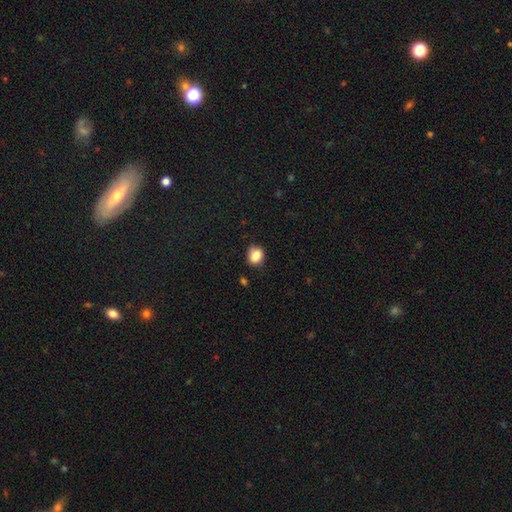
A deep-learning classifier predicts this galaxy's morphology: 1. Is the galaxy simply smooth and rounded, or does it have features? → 85% smooth, 9% star or artifact, 6% featured or disk.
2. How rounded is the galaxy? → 61% round, 38% in between, 1% cigar-shaped.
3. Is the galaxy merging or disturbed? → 76% none, 18% minor disturbance, 4% major disturbance, 2% merger.